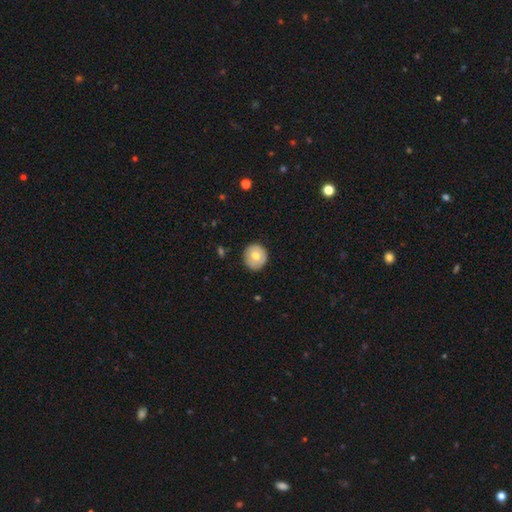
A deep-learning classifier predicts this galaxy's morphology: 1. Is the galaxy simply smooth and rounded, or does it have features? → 68% smooth, 25% featured or disk, 7% star or artifact.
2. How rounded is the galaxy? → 90% round, 9% in between, 1% cigar-shaped.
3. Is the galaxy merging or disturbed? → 87% none, 10% minor disturbance, 2% major disturbance, 1% merger.